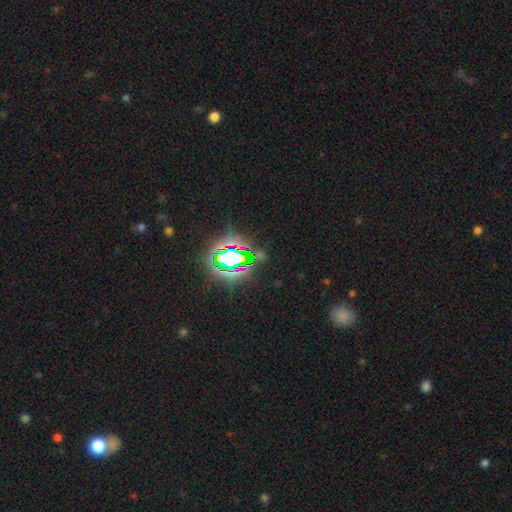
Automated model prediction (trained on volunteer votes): Smooth or featured? star or artifact (76%)